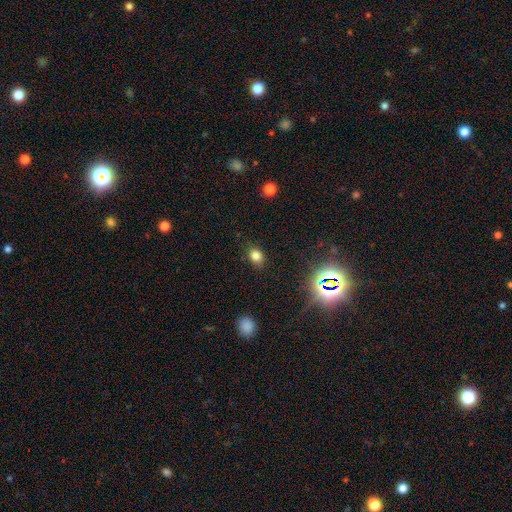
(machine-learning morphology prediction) type=smooth (78%); roundness=in between (58%); merging=none (83%).